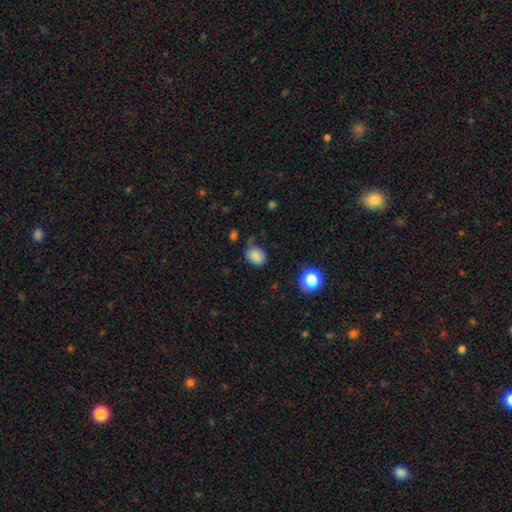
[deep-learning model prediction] Smooth or featured?
  - smooth: 85% *
  - star or artifact: 10%
  - featured or disk: 4%
How rounded?
  - in between: 55% *
  - round: 44%
  - cigar-shaped: 1%
Merging?
  - none: 69% *
  - minor disturbance: 22%
  - major disturbance: 6%
  - merger: 3%